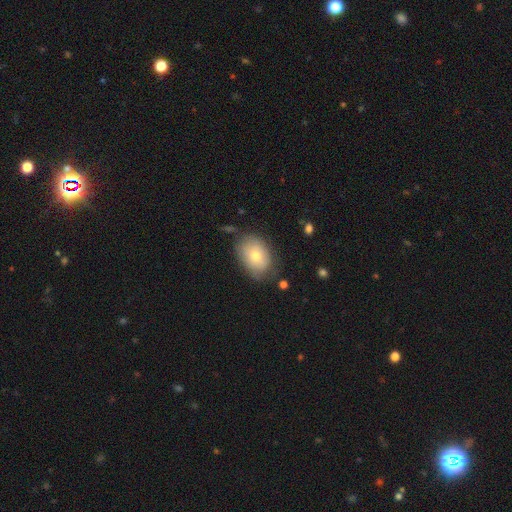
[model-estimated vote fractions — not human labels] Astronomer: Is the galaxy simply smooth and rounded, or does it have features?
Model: smooth — 72%.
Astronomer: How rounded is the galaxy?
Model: in between — 80%.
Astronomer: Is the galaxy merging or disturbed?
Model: none — 70%.